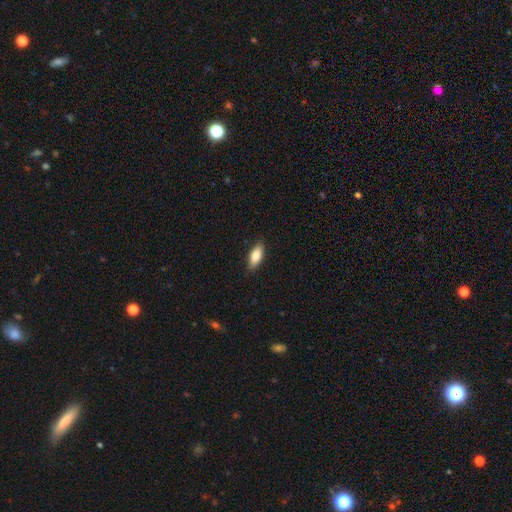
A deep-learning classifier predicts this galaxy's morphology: This is clearly a smooth galaxy (82%). How rounded: likely in between (79%). Merging: clearly none (87%).